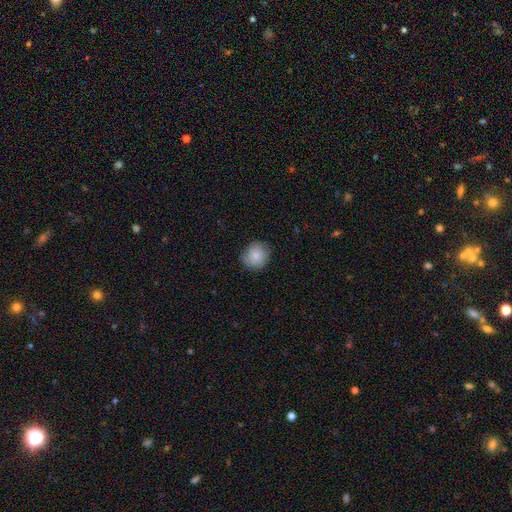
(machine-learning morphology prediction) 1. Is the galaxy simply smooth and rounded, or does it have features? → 78% smooth, 14% featured or disk, 7% star or artifact.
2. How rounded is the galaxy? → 85% round, 14% in between, 1% cigar-shaped.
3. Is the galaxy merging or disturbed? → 78% none, 18% minor disturbance, 3% major disturbance, 1% merger.